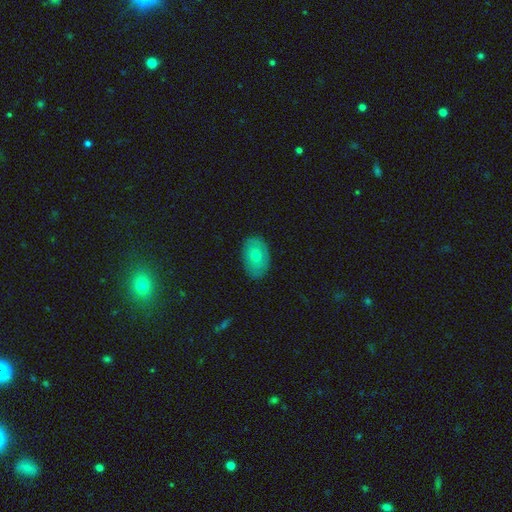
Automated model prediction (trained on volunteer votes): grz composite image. It shows a smooth galaxy with no disk features (64%) that is in between round and cigar-shaped (87%). Merging: none (84%).